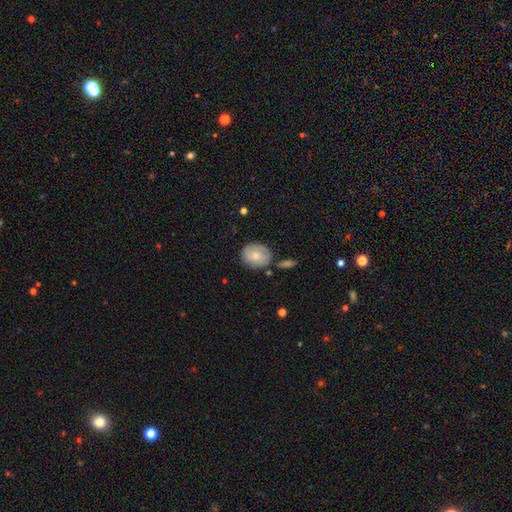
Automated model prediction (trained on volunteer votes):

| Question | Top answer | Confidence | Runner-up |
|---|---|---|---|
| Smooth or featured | smooth | 59% | featured or disk (34%) |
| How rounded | round | 56% | in between (43%) |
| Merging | none | 67% | minor disturbance (21%) |